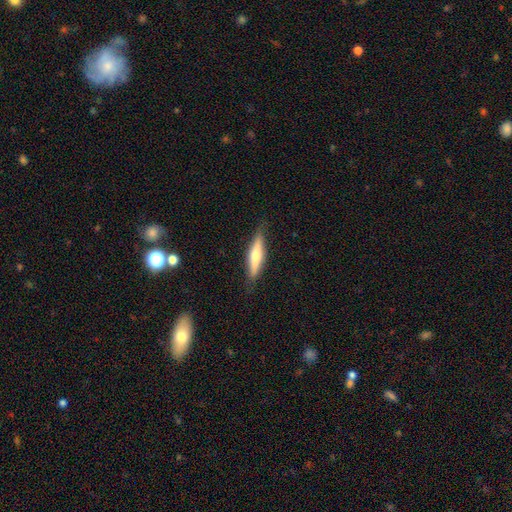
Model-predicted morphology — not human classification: smooth-or-featured: smooth: 53% | featured or disk: 42% | star or artifact: 6%
  how-rounded: cigar-shaped: 79% | in between: 19% | round: 2%
  merging: none: 83% | minor disturbance: 13% | major disturbance: 3% | merger: 1%